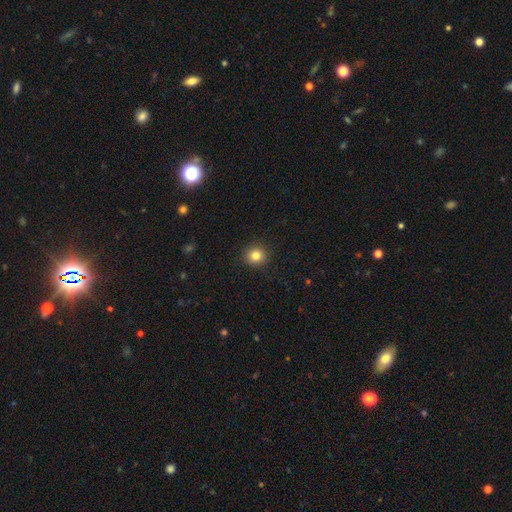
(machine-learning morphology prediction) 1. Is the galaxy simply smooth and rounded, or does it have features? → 82% smooth, 11% star or artifact, 6% featured or disk.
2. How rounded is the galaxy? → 91% round, 8% in between, 1% cigar-shaped.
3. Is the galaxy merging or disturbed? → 92% none, 6% minor disturbance, 2% major disturbance, 1% merger.